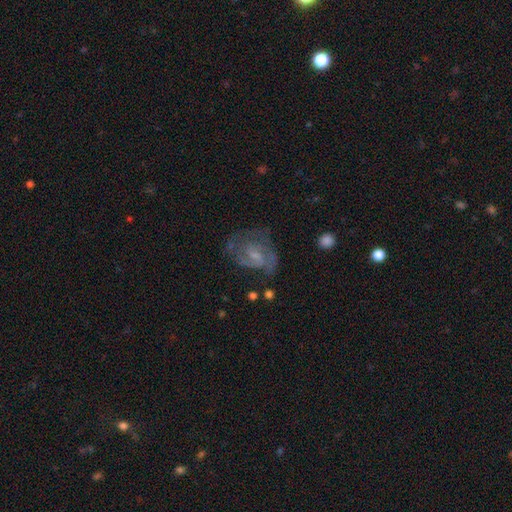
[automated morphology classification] A featured or disk galaxy (76%) with a weak bar (49%), 2 (53%) medium (48%) spiral arms (87%) and a small central bulge (58%).

Vote fractions:
- Smooth or featured? featured or disk: 76% / smooth: 16% / star or artifact: 8%
- Edge-on disk? no: 97% / yes: 3%
- Bar? weak: 49% / no: 41% / strong: 10%
- Spiral arms? yes: 87% / no: 13%
- Spiral winding? medium: 48% / tight: 36% / loose: 17%
- Spiral arm count? 2: 53% / can't tell: 23% / 3: 11% / 1: 7% / 4: 3% / more than 4: 2%
- Bulge size? small: 58% / moderate: 25% / none: 14% / large: 2% / dominant: 1%
- Merging? none: 54% / minor disturbance: 22% / major disturbance: 21% / merger: 3%